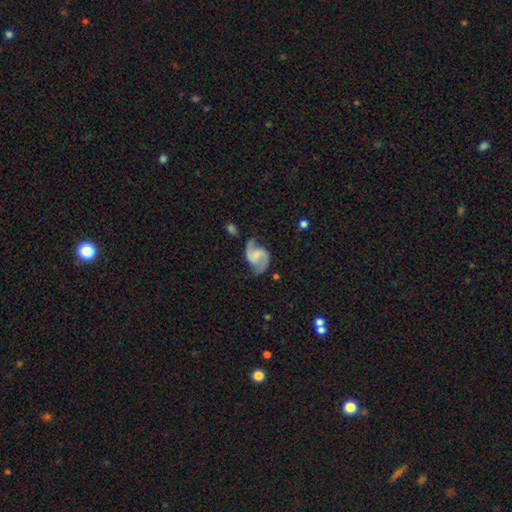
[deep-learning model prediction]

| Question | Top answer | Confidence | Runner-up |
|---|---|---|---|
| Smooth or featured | featured or disk | 82% | smooth (12%) |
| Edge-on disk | no | 98% | yes (2%) |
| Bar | weak | 45% | no (36%) |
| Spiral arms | yes | 95% | no (5%) |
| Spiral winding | loose | 44% | tied: medium (44%) |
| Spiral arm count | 2 | 91% | can't tell (3%) |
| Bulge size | none | 41% | small (33%) |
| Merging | none | 64% | minor disturbance (21%) |